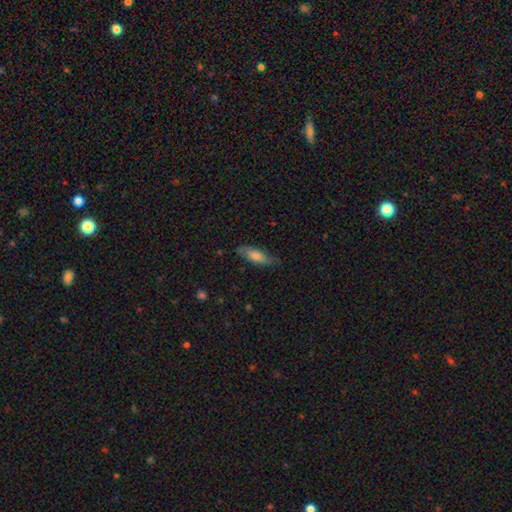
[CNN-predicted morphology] This appears to be a smooth galaxy with no disk features (67%) that is in between round and cigar-shaped (54%). Merging: none (76%).